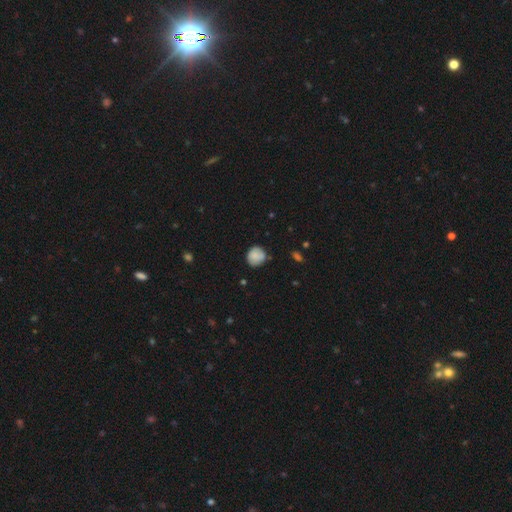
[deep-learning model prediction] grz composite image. It shows a smooth galaxy with no disk features (82%) that is round (84%). Merging: none (71%).